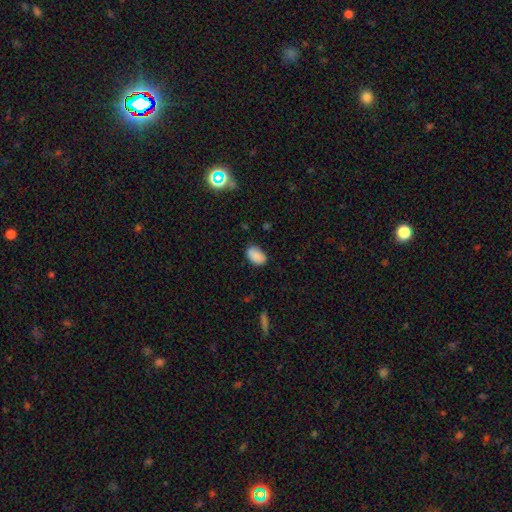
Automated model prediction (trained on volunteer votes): Morphology: type=smooth (88%); roundness=in between (90%); merging=none (79%).